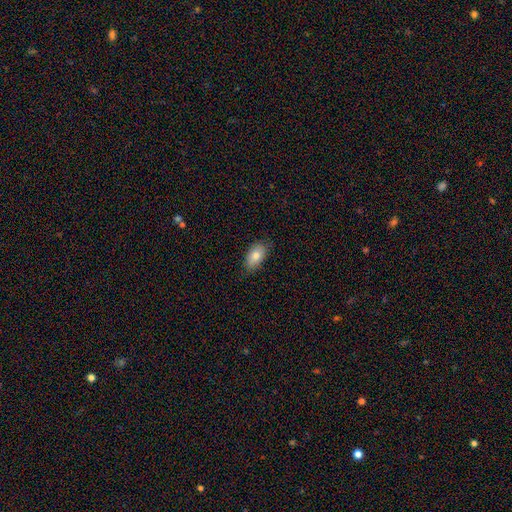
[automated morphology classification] type=smooth (79%); roundness=in between (92%); merging=none (81%).